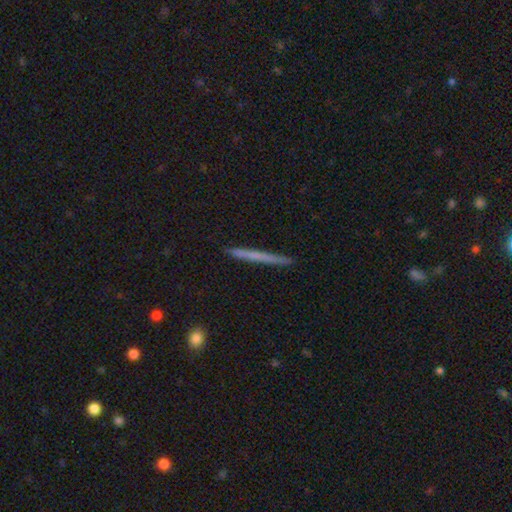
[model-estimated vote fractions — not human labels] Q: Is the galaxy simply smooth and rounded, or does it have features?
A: smooth — 52%.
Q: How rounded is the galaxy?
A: cigar-shaped — 97%.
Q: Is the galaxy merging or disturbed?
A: none — 91%.